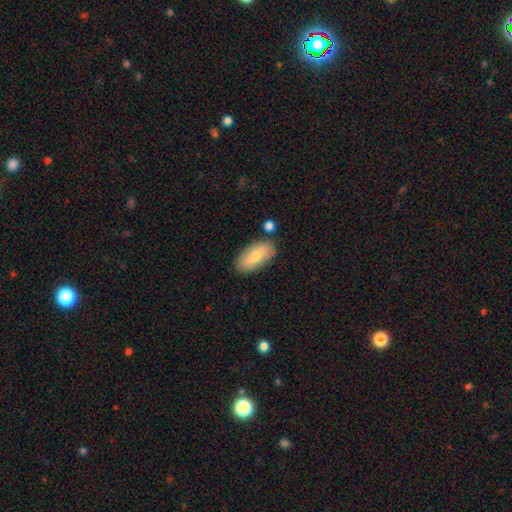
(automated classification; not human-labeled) Overall: smooth (76%). How rounded: in between (92%). Merging: none (80%).